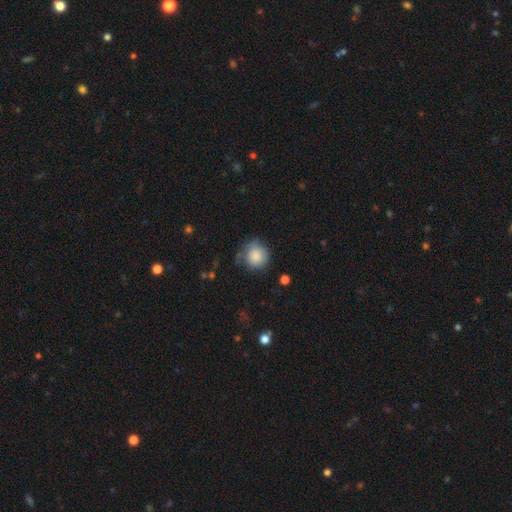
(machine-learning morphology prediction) Smooth or featured? Predicted: smooth (p=0.85). How rounded? Predicted: round (p=0.92). Merging? Predicted: none (p=0.69).